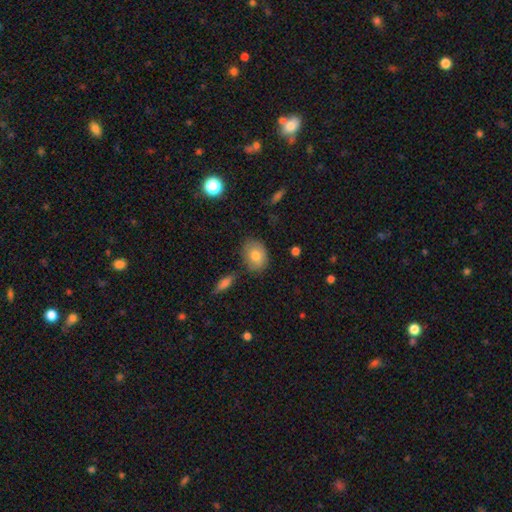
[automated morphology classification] smooth_or_featured: smooth (p=0.78) [alt: featured or disk p=0.14]
how_rounded: in between (p=0.70) [alt: round p=0.29]
merging: none (p=0.73) [alt: minor disturbance p=0.18]